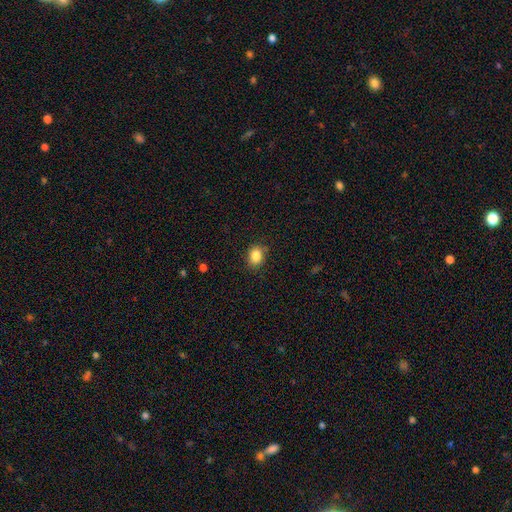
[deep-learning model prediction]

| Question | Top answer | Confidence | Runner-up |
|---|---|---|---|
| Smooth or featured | smooth | 85% | star or artifact (10%) |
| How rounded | in between | 50% | round (49%) |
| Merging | none | 83% | minor disturbance (12%) |